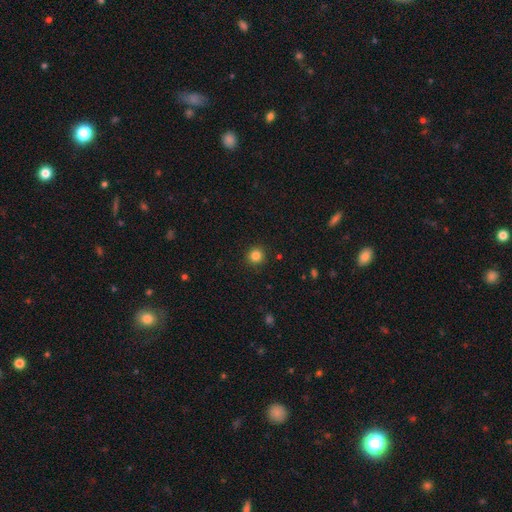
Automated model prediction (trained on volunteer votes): This is clearly a smooth galaxy (84%). How rounded: clearly round (94%). Merging: clearly none (92%).